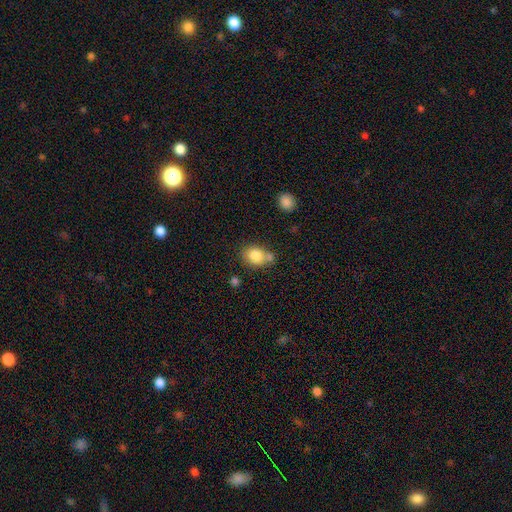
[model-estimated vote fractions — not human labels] Smooth or featured?
  - smooth: 81% *
  - featured or disk: 10%
  - star or artifact: 9%
How rounded?
  - round: 51% *
  - in between: 48%
  - cigar-shaped: 1%
Merging?
  - none: 54% *
  - merger: 25%
  - minor disturbance: 16%
  - major disturbance: 5%